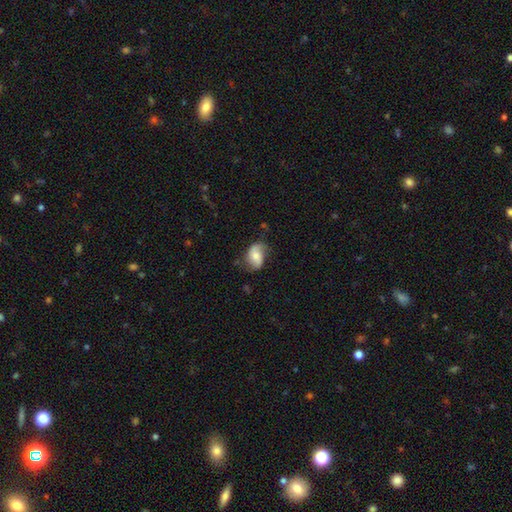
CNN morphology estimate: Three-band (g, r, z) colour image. It shows a featured or disk galaxy (53%) with no bar (58%), spiral arms (88%) and a moderate central bulge (54%). Merging: none (64%).